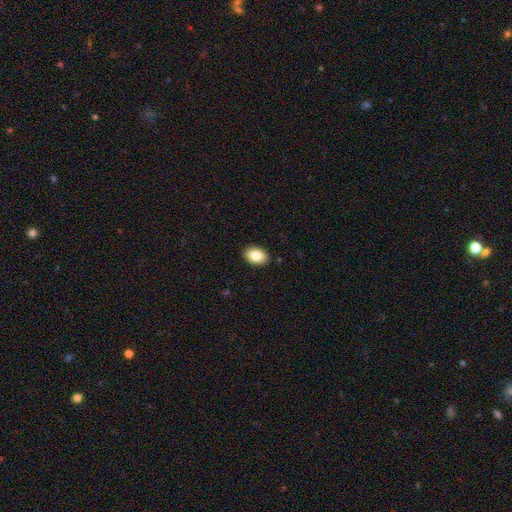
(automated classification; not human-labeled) A smooth galaxy with no disk features (83%) that is in between round and cigar-shaped (88%).

Vote fractions:
- Smooth or featured? smooth: 83% / featured or disk: 10% / star or artifact: 8%
- How rounded? in between: 88% / round: 11% / cigar-shaped: 1%
- Merging? none: 90% / minor disturbance: 8% / major disturbance: 2% / merger: 1%